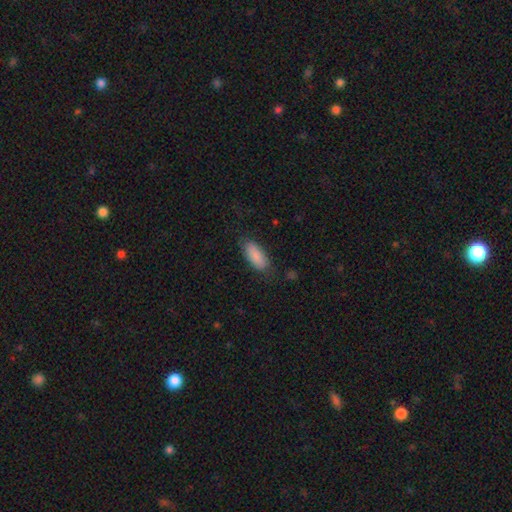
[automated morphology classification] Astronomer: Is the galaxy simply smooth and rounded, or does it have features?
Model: smooth — 86%.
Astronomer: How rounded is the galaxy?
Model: in between — 85%.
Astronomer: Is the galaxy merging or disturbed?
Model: none — 75%.